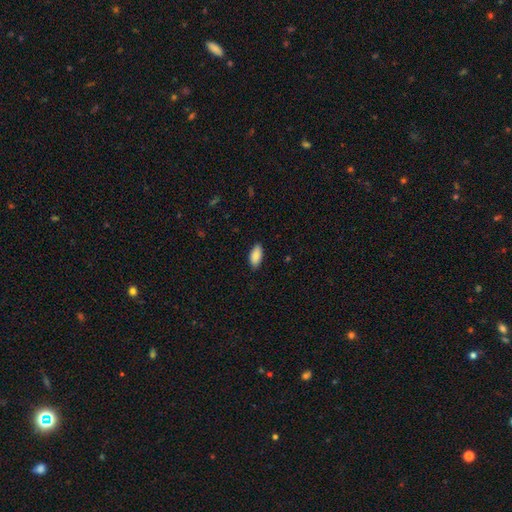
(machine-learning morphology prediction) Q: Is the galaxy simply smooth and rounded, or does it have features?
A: smooth — 89%.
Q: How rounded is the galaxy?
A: in between — 92%.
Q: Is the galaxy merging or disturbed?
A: none — 86%.